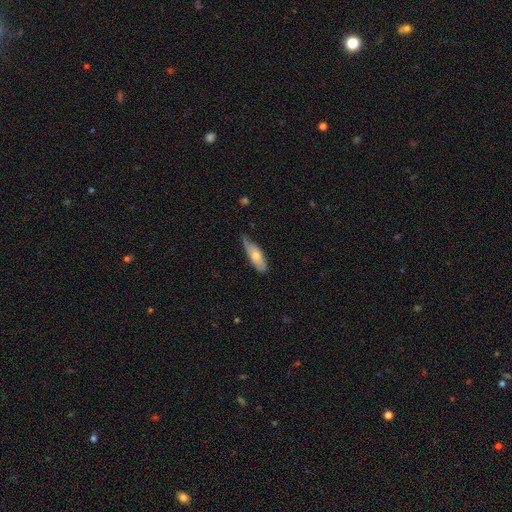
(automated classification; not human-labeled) Overall: smooth (63%; featured or disk 32%). How rounded: in between (55%; cigar-shaped 43%). Merging: none (56%; minor disturbance 36%).